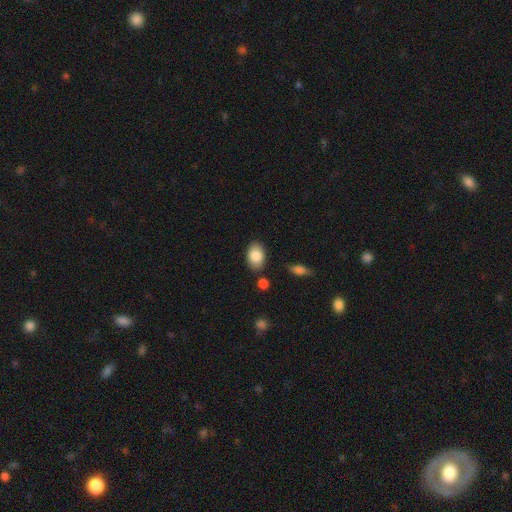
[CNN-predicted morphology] smooth 86%, featured or disk 7%, star or artifact 7%. Down the decision tree: how rounded — in between (87%); merging — none (83%).